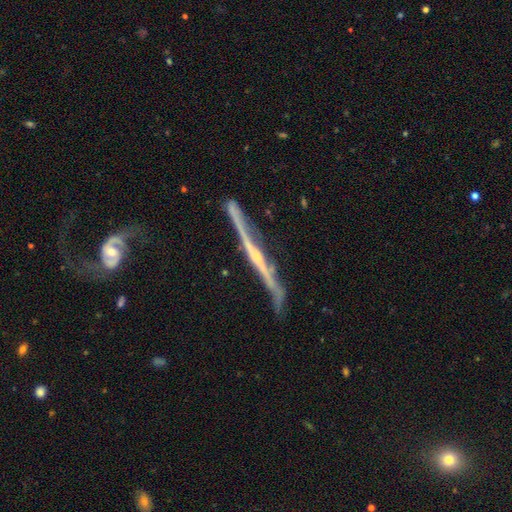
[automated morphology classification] featured or disk 84%, smooth 10%, star or artifact 6%. Down the decision tree: edge-on disk — yes (92%); edge-on bulge — rounded (50%); merging — none (64%).